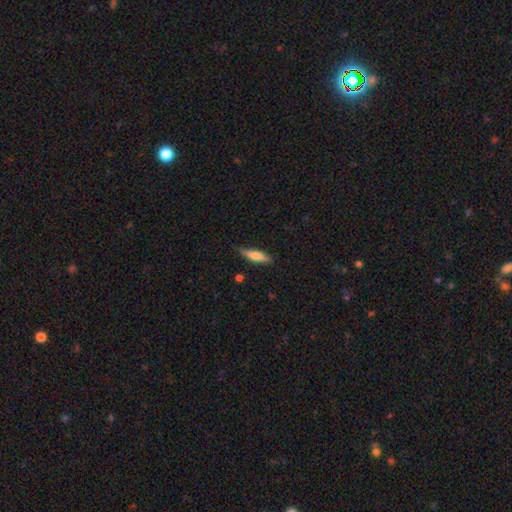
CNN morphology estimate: Smooth or featured?
  - smooth: 70% *
  - featured or disk: 24%
  - star or artifact: 6%
How rounded?
  - cigar-shaped: 70% *
  - in between: 28%
  - round: 2%
Merging?
  - none: 81% *
  - minor disturbance: 15%
  - major disturbance: 3%
  - merger: 1%